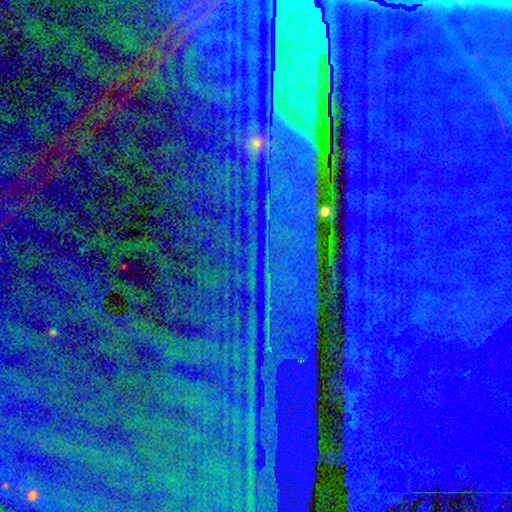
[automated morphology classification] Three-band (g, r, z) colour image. It shows a star or artifact, not a galaxy (87%).